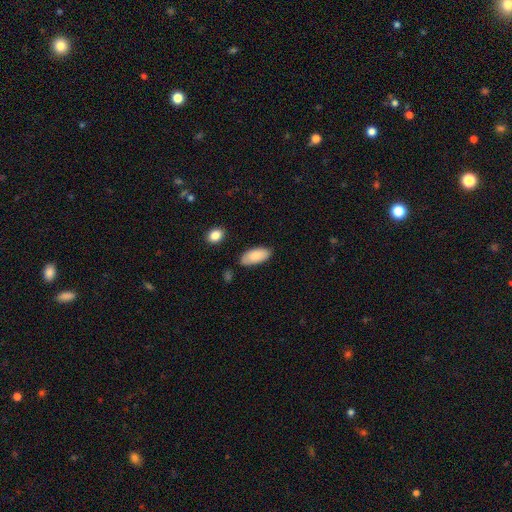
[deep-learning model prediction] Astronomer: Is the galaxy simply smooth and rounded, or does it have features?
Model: smooth — 87%.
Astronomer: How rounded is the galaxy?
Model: in between — 91%.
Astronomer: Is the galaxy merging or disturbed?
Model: none — 80%.